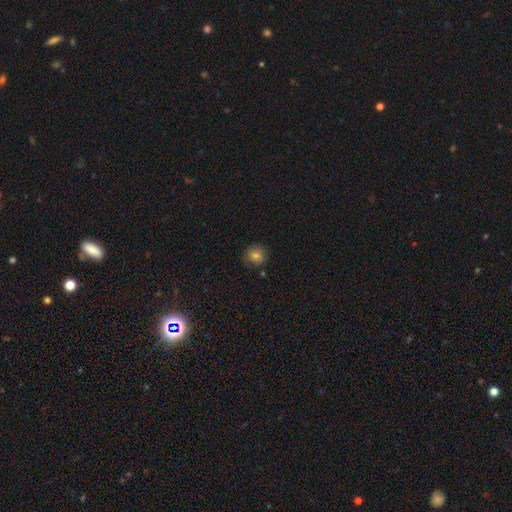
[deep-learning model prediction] This appears to be a smooth galaxy with no disk features (76%) that is round (90%). Merging: none (82%).